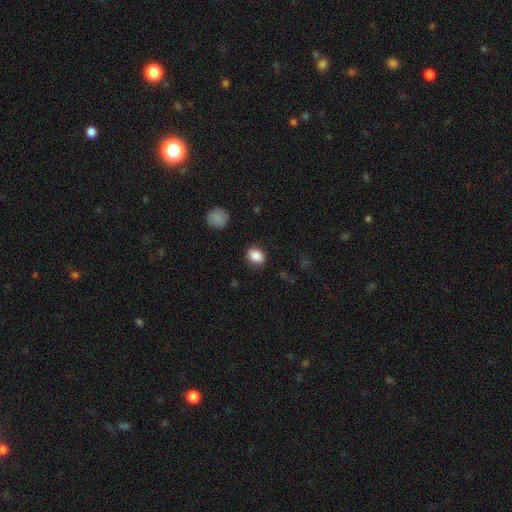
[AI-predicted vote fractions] A smooth galaxy with no disk features (87%) that is in between round and cigar-shaped (57%).

Vote fractions:
- Smooth or featured? smooth: 87% / star or artifact: 9% / featured or disk: 4%
- How rounded? in between: 57% / round: 42% / cigar-shaped: 1%
- Merging? none: 86% / minor disturbance: 10% / major disturbance: 3% / merger: 1%